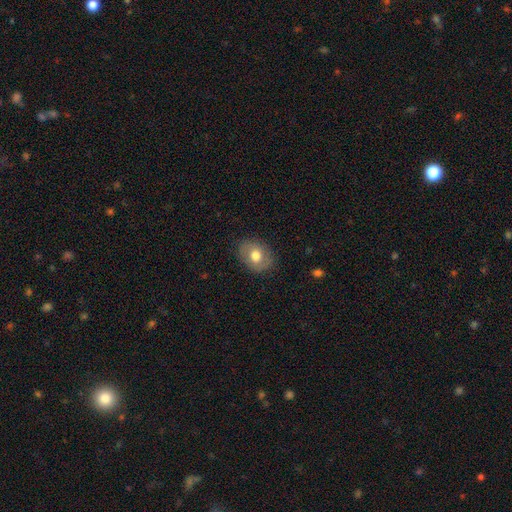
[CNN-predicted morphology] Overall: smooth (70%). How rounded: in between (60%; round 39%). Merging: none (83%).